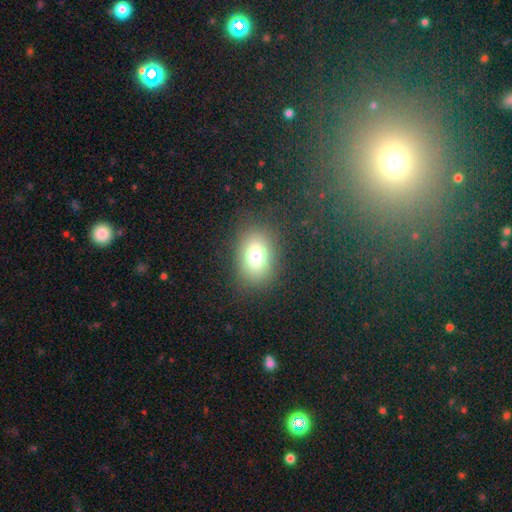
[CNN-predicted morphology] smooth_or_featured: smooth (p=0.75) [alt: star or artifact p=0.14]
how_rounded: in between (p=0.69) [alt: round p=0.30]
merging: none (p=0.81) [alt: minor disturbance p=0.11]